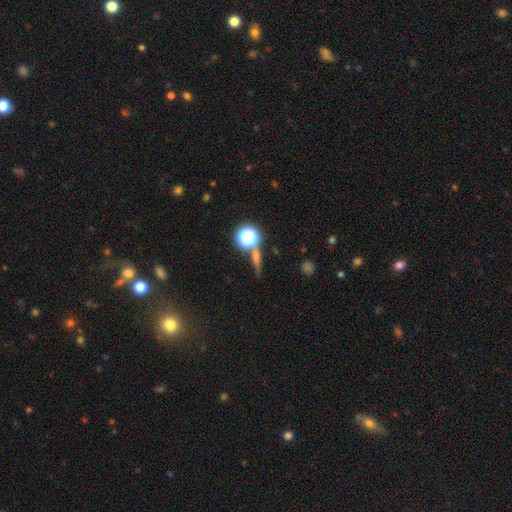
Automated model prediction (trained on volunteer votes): smooth_or_featured: star or artifact (p=0.42) [alt: smooth p=0.36]